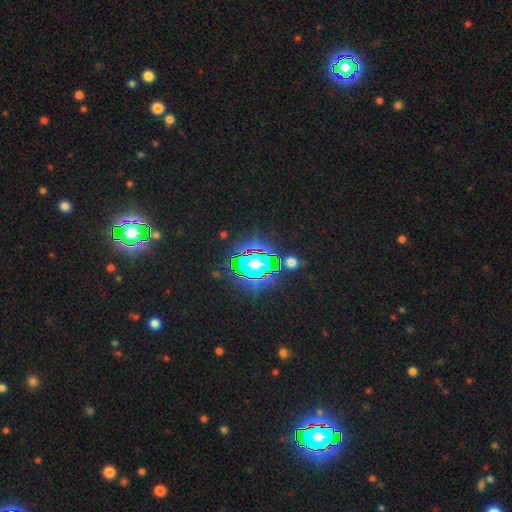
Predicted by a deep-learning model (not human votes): Smooth or featured: star or artifact — 83% (smooth — 10%)